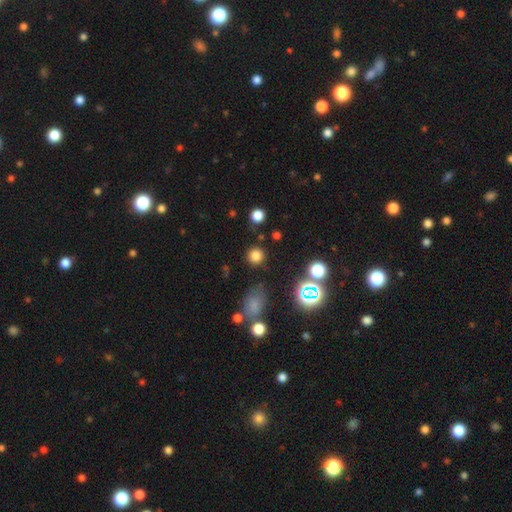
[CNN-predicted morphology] The model was most divided on "smooth or featured": smooth: 76%, star or artifact: 18%, featured or disk: 5%. More confident: how rounded — round (92%); merging — none (84%).